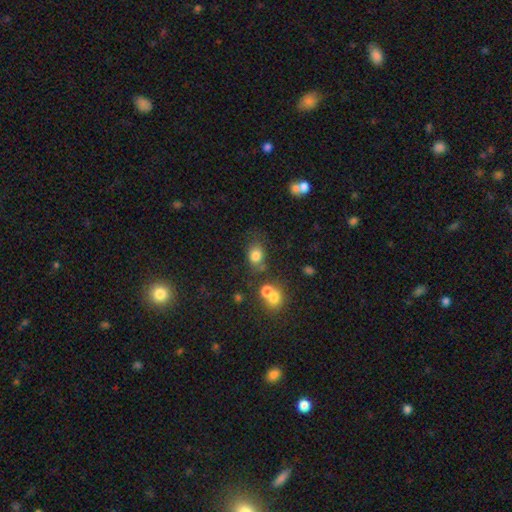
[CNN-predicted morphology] smooth-or-featured: smooth: 79% | star or artifact: 13% | featured or disk: 8%
  how-rounded: in between: 52% | round: 47% | cigar-shaped: 1%
  merging: none: 60% | minor disturbance: 18% | merger: 14% | major disturbance: 7%